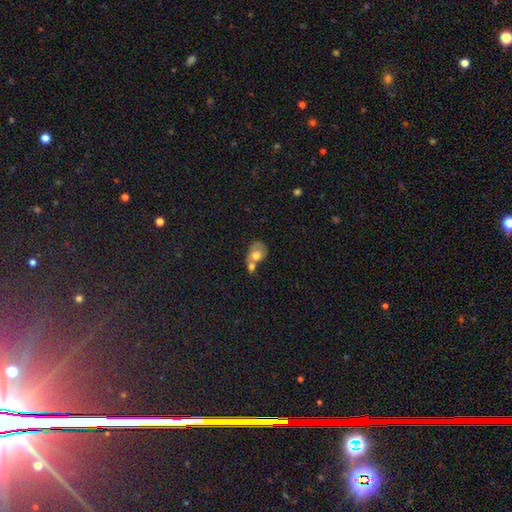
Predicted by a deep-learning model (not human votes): Morphology: type=smooth (64%); roundness=in between (56%); merging=merger (64%).